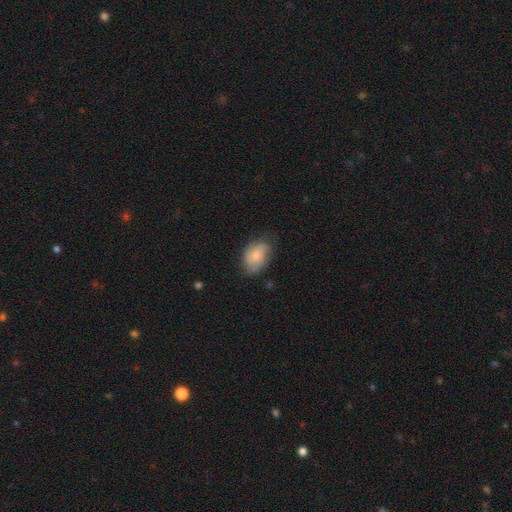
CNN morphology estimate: type=smooth (68%); roundness=in between (81%); merging=none (63%).